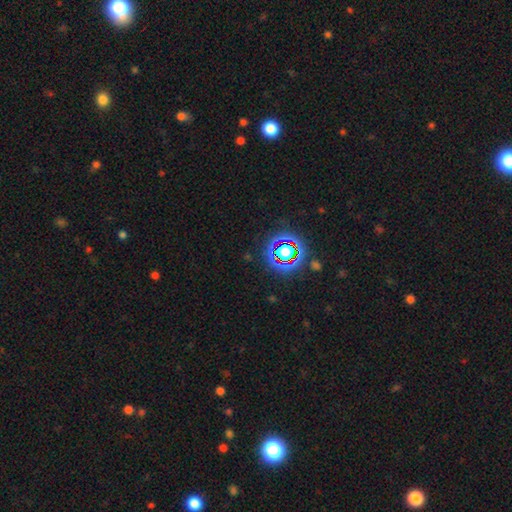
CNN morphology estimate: smooth-or-featured: star or artifact: 78% | smooth: 13% | featured or disk: 9%